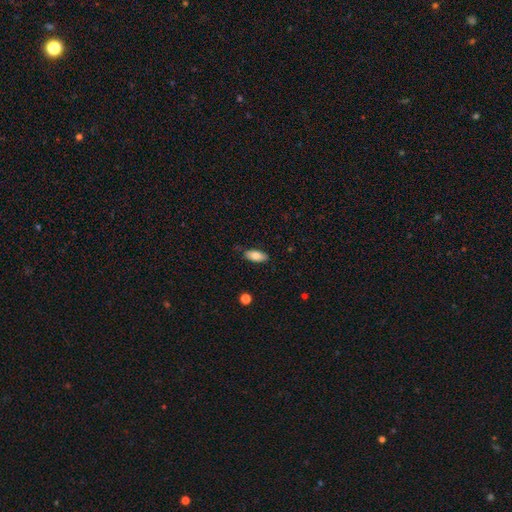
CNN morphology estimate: smooth-or-featured: smooth: 81% | featured or disk: 12% | star or artifact: 7%
  how-rounded: in between: 87% | cigar-shaped: 11% | round: 2%
  merging: none: 82% | minor disturbance: 14% | major disturbance: 2% | merger: 1%